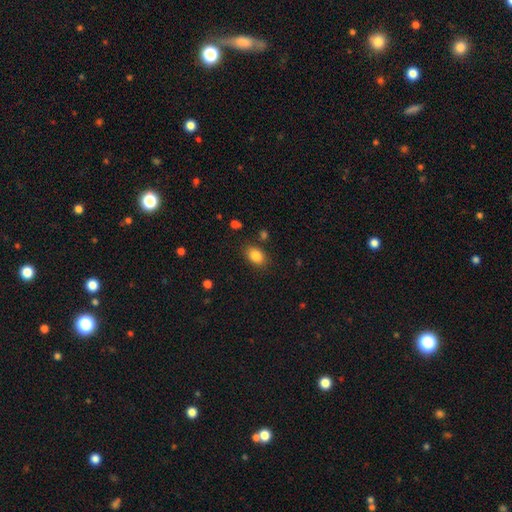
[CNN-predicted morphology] Smooth or featured? Predicted: smooth (p=0.85). How rounded? Predicted: in between (p=0.80). Merging? Predicted: none (p=0.83).